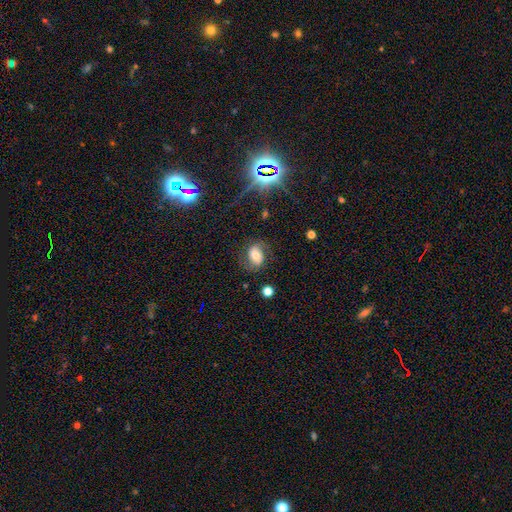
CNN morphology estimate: Overall: smooth (46%; featured or disk 42%). Merging: none (71%).